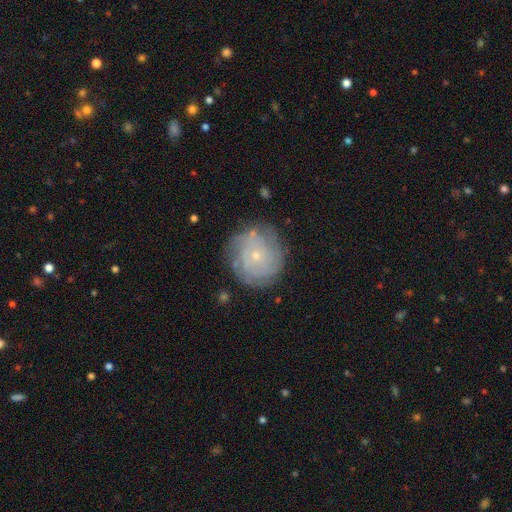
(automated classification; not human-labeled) This is likely a featured or disk galaxy (64%). It is clearly not viewed edge-on (97%). Bar: clearly no (85%). Spiral arm pattern: clearly yes (82%). Spiral arm count: possibly can't tell (52%). Spiral winding: likely tight (76%). Central bulge: clearly small (82%). Merging: likely none (78%).